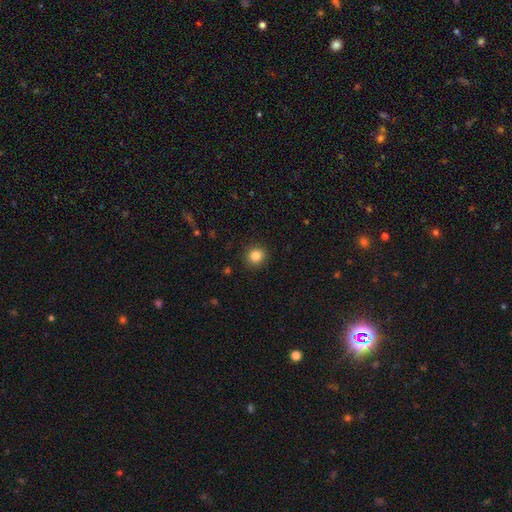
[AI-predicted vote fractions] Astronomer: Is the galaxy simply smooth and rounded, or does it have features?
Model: smooth — 84%.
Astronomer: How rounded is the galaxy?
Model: round — 90%.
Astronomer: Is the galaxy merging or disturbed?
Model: none — 91%.